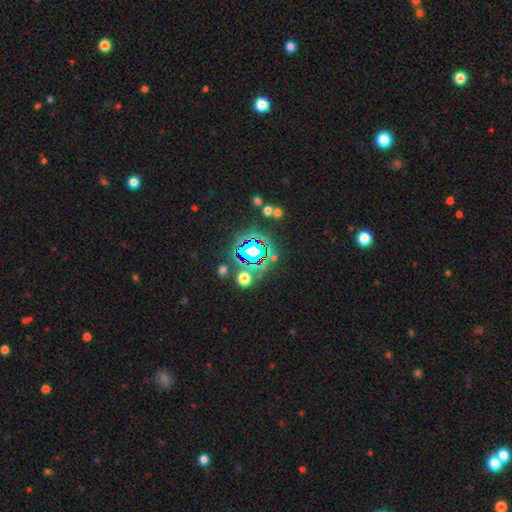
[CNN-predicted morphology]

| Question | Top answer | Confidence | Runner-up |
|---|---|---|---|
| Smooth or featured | star or artifact | 80% | smooth (11%) |